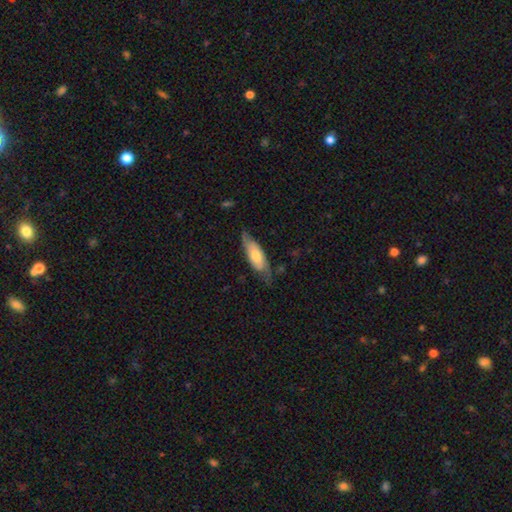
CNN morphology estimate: Smooth or featured?
  - smooth: 48% *
  - featured or disk: 47%
  - star or artifact: 6%
Merging?
  - none: 64% *
  - minor disturbance: 26%
  - major disturbance: 9%
  - merger: 2%